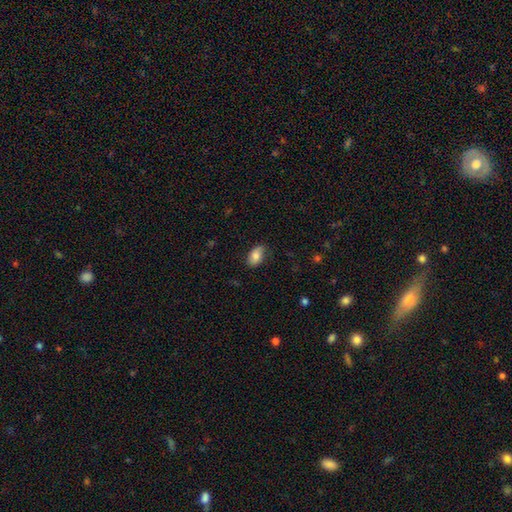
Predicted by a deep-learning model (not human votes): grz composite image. It shows a smooth galaxy with no disk features (79%) that is in between round and cigar-shaped (92%). Merging: none (74%).